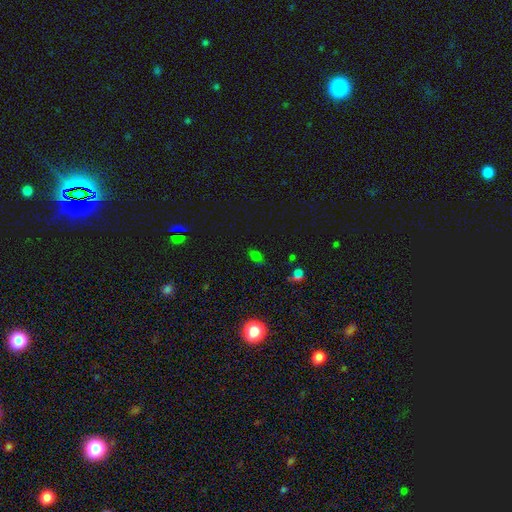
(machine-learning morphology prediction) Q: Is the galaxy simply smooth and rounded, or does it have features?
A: smooth — 57%.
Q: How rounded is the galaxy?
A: in between — 69%.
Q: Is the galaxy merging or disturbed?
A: none — 74%.